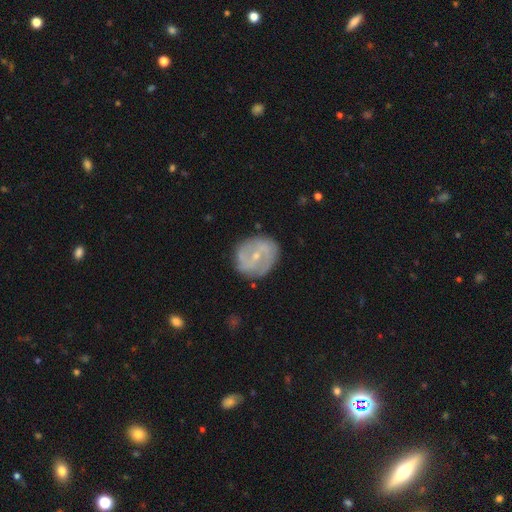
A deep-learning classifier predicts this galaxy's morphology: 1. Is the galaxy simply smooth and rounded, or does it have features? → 72% featured or disk, 21% smooth, 7% star or artifact.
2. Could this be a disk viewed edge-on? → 97% no, 3% yes.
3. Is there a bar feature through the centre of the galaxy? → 45% weak, 34% no, 21% strong.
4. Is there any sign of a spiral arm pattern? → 79% yes, 21% no.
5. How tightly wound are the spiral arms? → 42% medium, 32% tight, 26% loose.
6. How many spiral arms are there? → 66% 2, 20% can't tell, 7% 3, 3% 1, 2% 4, 2% more than 4.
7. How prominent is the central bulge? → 69% small, 28% moderate, 2% none, 1% large, 1% dominant.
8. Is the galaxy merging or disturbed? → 77% none, 16% minor disturbance, 5% major disturbance, 2% merger.